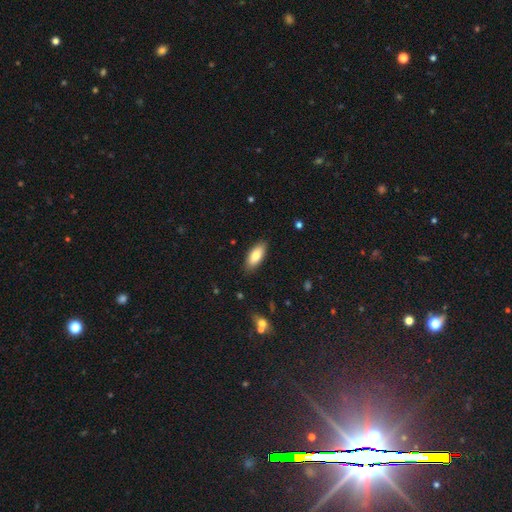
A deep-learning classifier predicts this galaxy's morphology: A smooth galaxy with no disk features (80%) that is in between round and cigar-shaped (81%).

Vote fractions:
- Smooth or featured? smooth: 80% / featured or disk: 14% / star or artifact: 6%
- How rounded? in between: 81% / cigar-shaped: 17% / round: 2%
- Merging? none: 88% / minor disturbance: 9% / major disturbance: 2% / merger: 1%